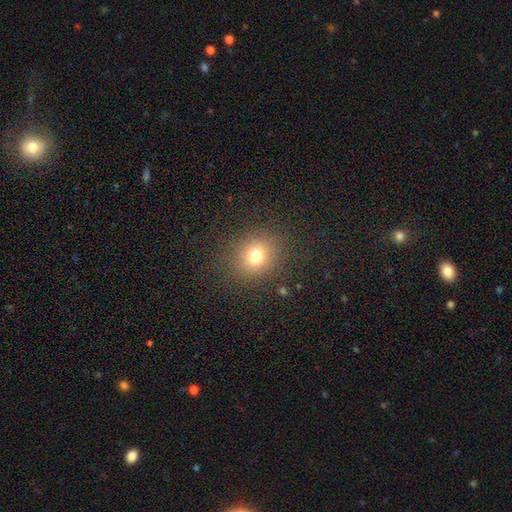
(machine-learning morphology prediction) Smooth or featured? smooth (74%)
How rounded? round (74%)
Merging? none (85%)